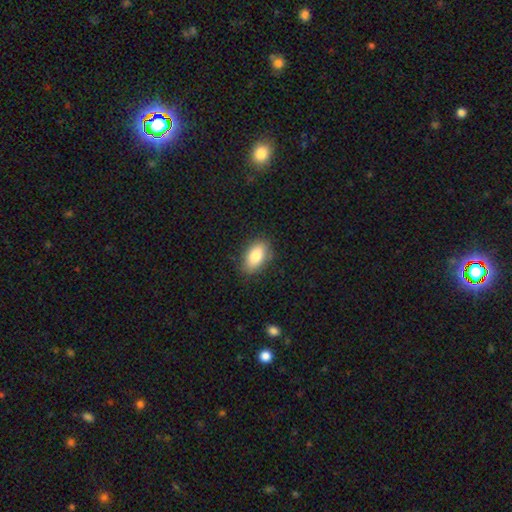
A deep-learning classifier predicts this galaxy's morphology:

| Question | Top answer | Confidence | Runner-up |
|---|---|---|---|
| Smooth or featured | smooth | 82% | featured or disk (11%) |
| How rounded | in between | 90% | round (6%) |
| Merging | none | 83% | minor disturbance (13%) |